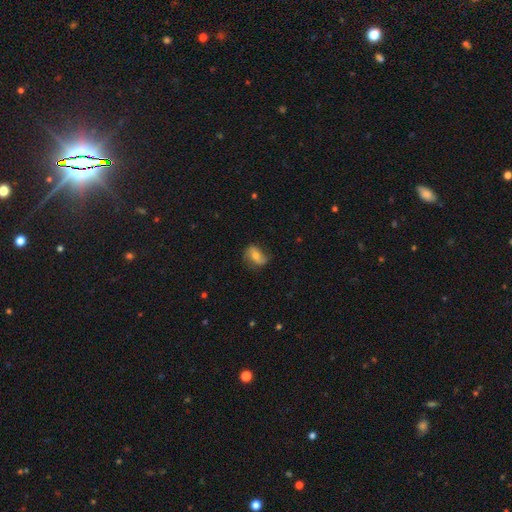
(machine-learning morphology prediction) Overall: featured or disk (47%; smooth 44%). Merging: none (64%; minor disturbance 25%).